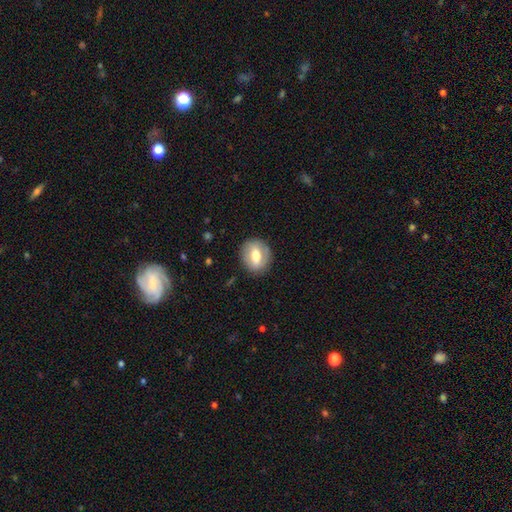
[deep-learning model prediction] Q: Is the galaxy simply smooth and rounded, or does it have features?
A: smooth — 52%.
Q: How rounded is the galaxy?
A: round — 59%.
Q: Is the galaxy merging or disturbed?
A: none — 83%.